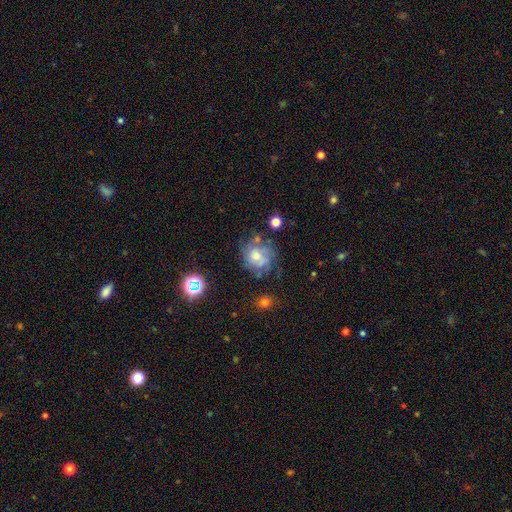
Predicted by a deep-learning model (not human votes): Smooth or featured? Predicted: featured or disk (p=0.42, tied with smooth). Merging? Predicted: none (p=0.55).